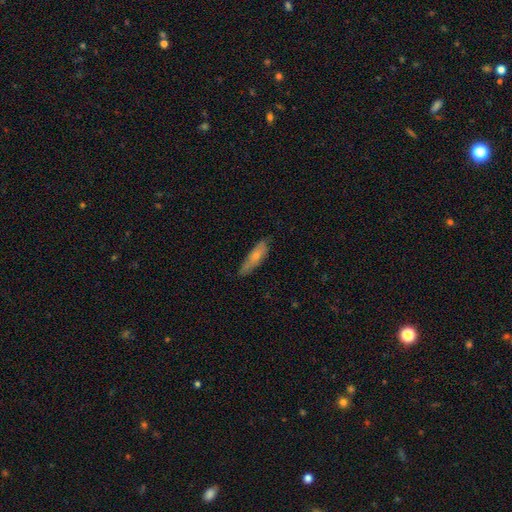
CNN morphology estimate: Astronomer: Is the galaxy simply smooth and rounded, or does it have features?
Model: smooth — 65%.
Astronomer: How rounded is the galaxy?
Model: cigar-shaped — 61% (runner-up: in between, 37%).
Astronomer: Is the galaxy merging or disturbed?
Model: none — 69%.